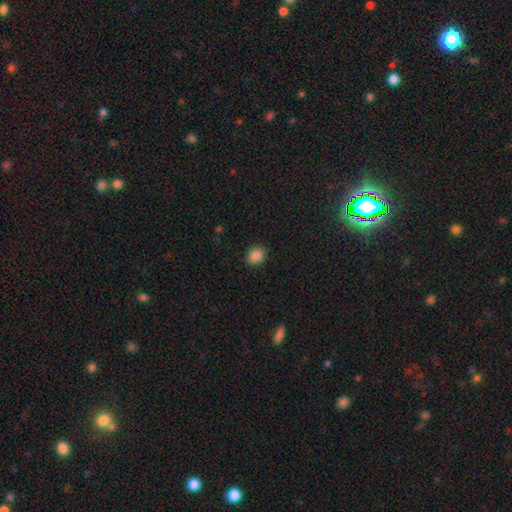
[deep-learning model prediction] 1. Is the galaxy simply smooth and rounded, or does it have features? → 86% smooth, 10% star or artifact, 4% featured or disk.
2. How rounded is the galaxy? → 56% round, 43% in between, 1% cigar-shaped.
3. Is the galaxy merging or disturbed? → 89% none, 8% minor disturbance, 2% major disturbance, 1% merger.